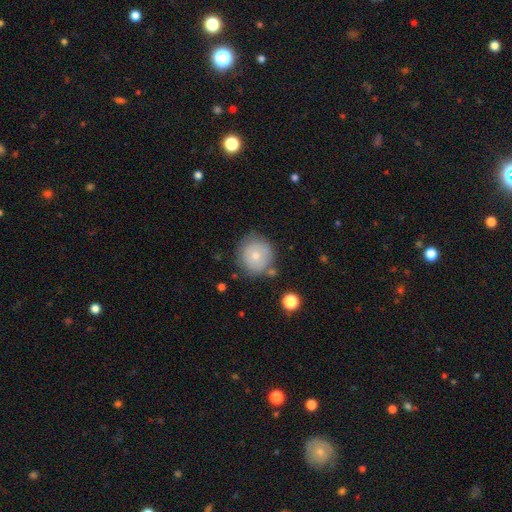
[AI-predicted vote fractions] Smooth or featured: smooth — 65% (featured or disk — 27%)
How rounded: round — 91% (in between — 8%)
Merging: none — 69% (minor disturbance — 19%)